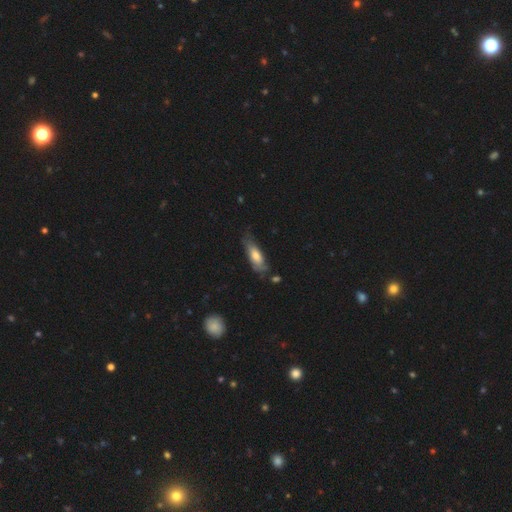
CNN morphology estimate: Smooth or featured? Predicted: smooth (p=0.60). How rounded? Predicted: in between (p=0.61). Merging? Predicted: none (p=0.54).